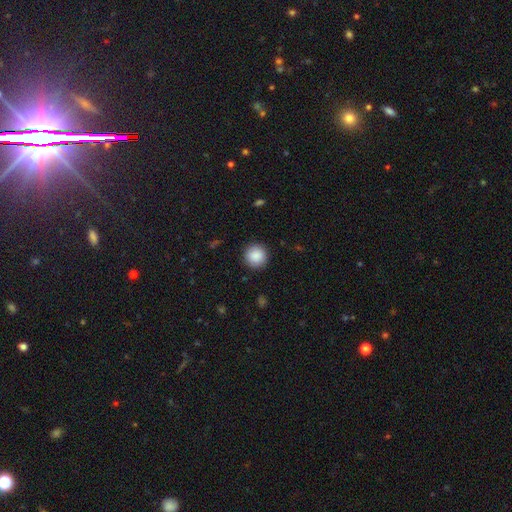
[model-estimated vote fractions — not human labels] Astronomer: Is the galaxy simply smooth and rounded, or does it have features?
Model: smooth — 89%.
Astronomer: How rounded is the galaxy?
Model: round — 95%.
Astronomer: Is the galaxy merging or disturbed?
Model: none — 91%.